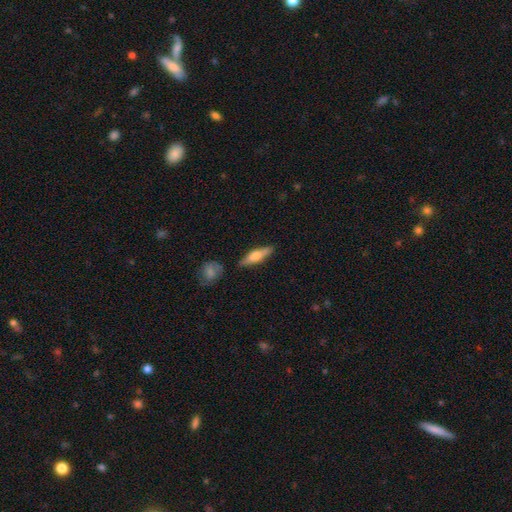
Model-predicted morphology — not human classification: smooth_or_featured: smooth (p=0.52) [alt: featured or disk p=0.42]
how_rounded: cigar-shaped (p=0.67) [alt: in between p=0.30]
merging: none (p=0.83) [alt: minor disturbance p=0.11]